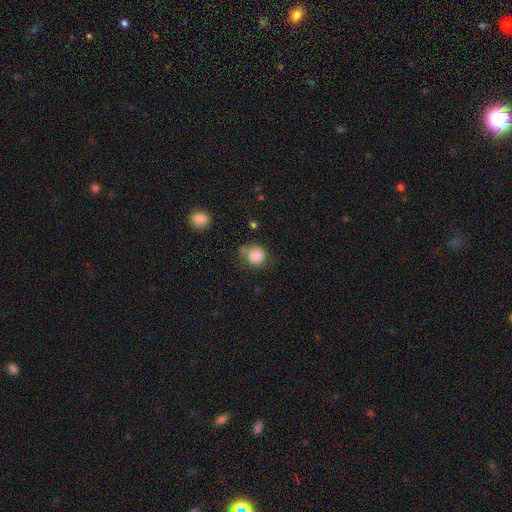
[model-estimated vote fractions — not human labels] Overall: smooth (85%). How rounded: round (88%). Merging: none (62%; minor disturbance 22%).